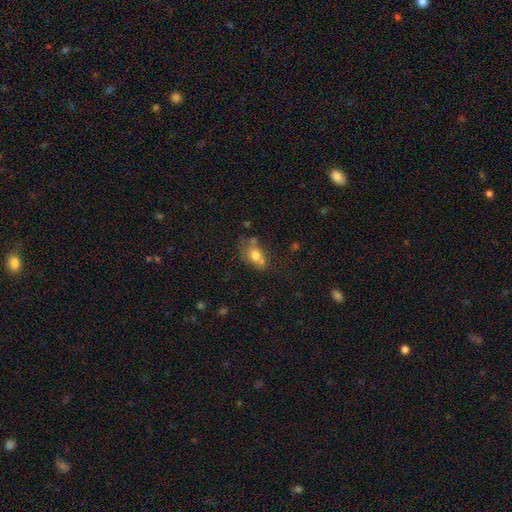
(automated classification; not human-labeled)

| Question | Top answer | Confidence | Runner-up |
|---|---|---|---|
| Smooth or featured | smooth | 71% | featured or disk (18%) |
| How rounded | in between | 69% | round (29%) |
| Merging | none | 49% | merger (22%) |